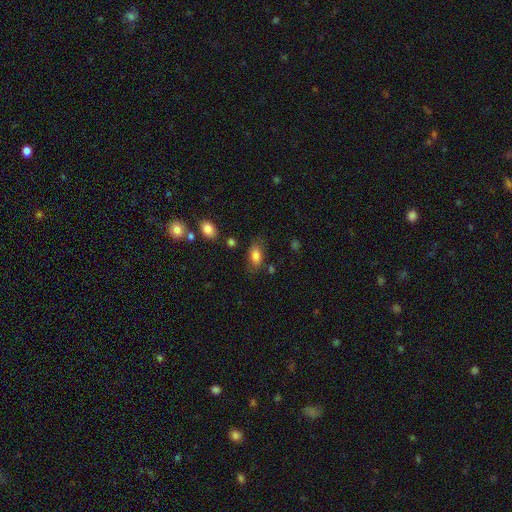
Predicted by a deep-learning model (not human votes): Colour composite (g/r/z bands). It shows a smooth galaxy with no disk features (81%) that is in between round and cigar-shaped (90%). Merging: none (72%).